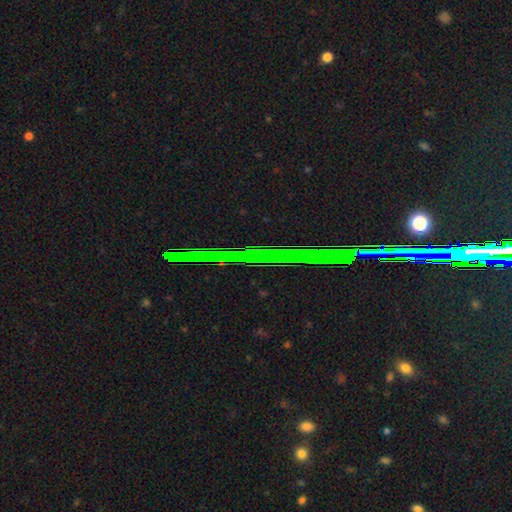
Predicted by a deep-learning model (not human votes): A star or artifact, not a galaxy (83%).